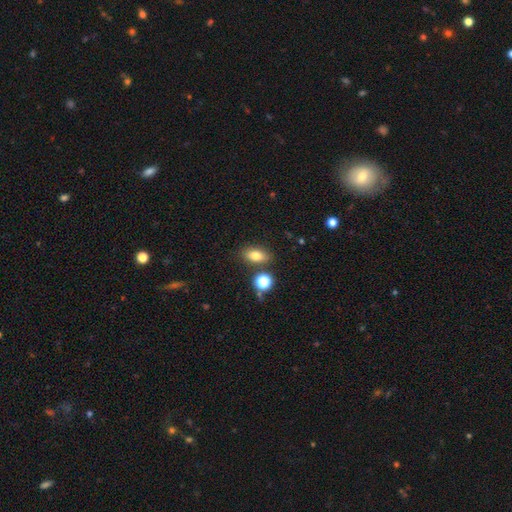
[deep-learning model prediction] smooth-or-featured: smooth: 77% | star or artifact: 12% | featured or disk: 12%
  how-rounded: in between: 80% | round: 13% | cigar-shaped: 6%
  merging: none: 79% | minor disturbance: 11% | merger: 7% | major disturbance: 3%